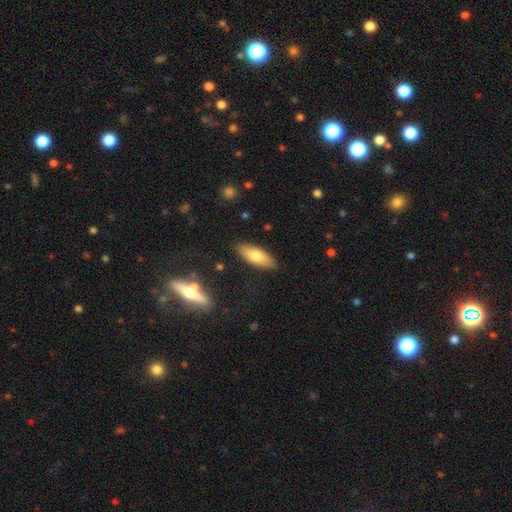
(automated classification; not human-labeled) This is likely a smooth galaxy (75%). How rounded: likely in between (67%). Merging: clearly none (86%).